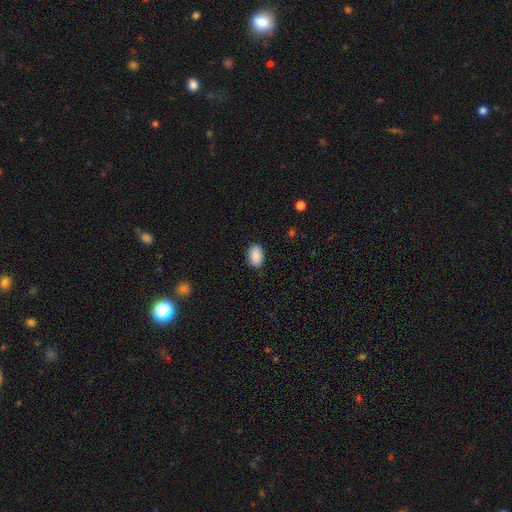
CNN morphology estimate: type=smooth (88%); roundness=in between (89%); merging=none (86%).